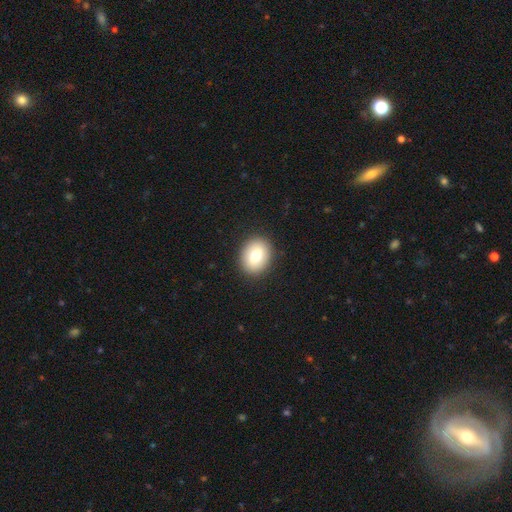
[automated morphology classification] Q: Smooth or featured?
A: smooth (76%); runner-up: featured or disk (15%)
Q: How rounded?
A: in between (50%); runner-up: round (49%)
Q: Merging?
A: none (90%); runner-up: minor disturbance (7%)